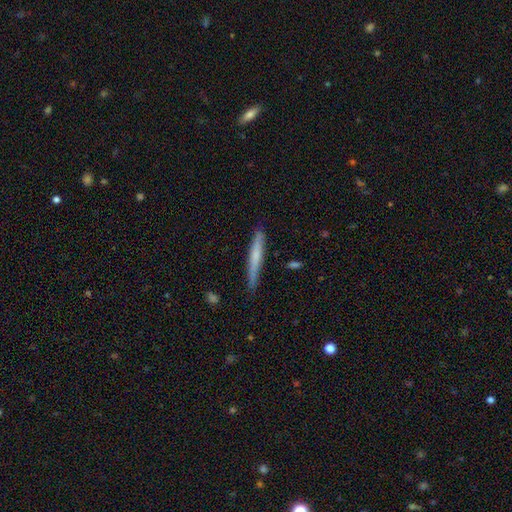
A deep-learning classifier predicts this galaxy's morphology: A smooth galaxy with no disk features (57%) that is cigar-shaped (96%). Merging: none (86%).